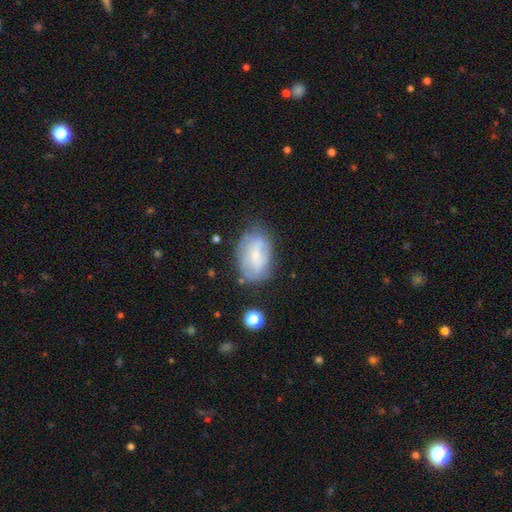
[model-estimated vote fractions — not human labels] A smooth galaxy with no disk features (54%) that is in between round and cigar-shaped (88%). Merging: none (63%).